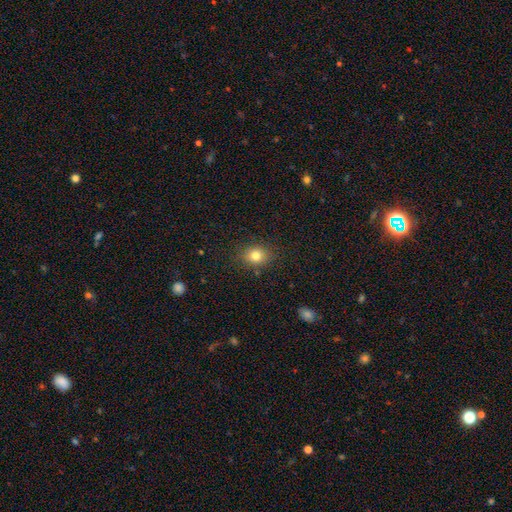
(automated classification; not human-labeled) Morphology: type=smooth (80%); roundness=round (61%); merging=none (86%).